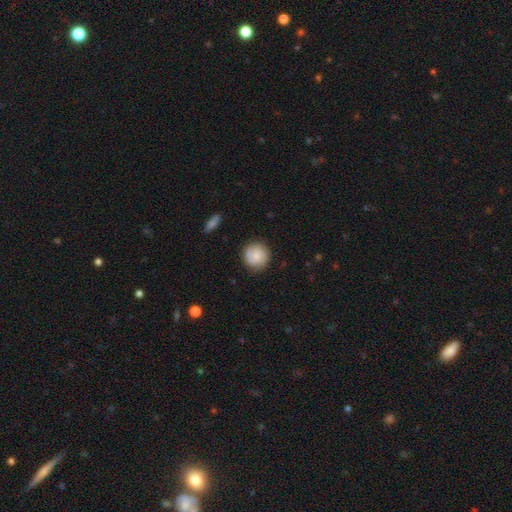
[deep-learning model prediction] Morphology: type=smooth (69%); roundness=round (92%); merging=none (82%).